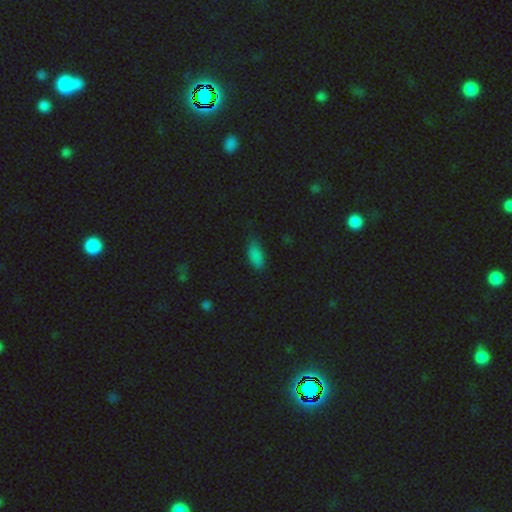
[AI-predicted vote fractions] smooth 82%, star or artifact 13%, featured or disk 5%. Down the decision tree: how rounded — in between (83%); merging — none (67%).